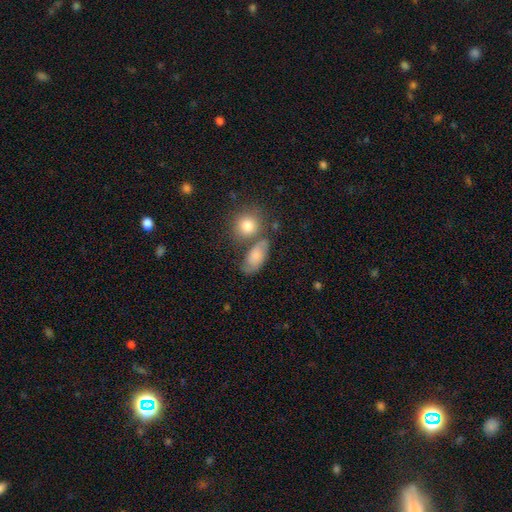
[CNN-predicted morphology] The model was most divided on "merging": none: 52%, merger: 22%, minor disturbance: 19%, major disturbance: 7%. More confident: how rounded — in between (82%); smooth or featured — smooth (66%).